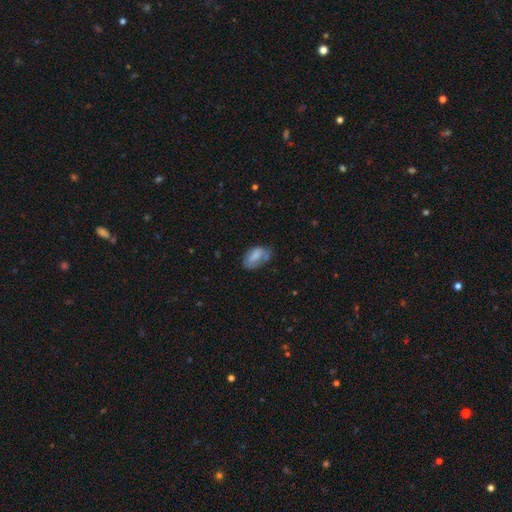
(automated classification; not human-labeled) This appears to be a smooth galaxy with no disk features (73%) that is in between round and cigar-shaped (92%). Merging: none (43%).